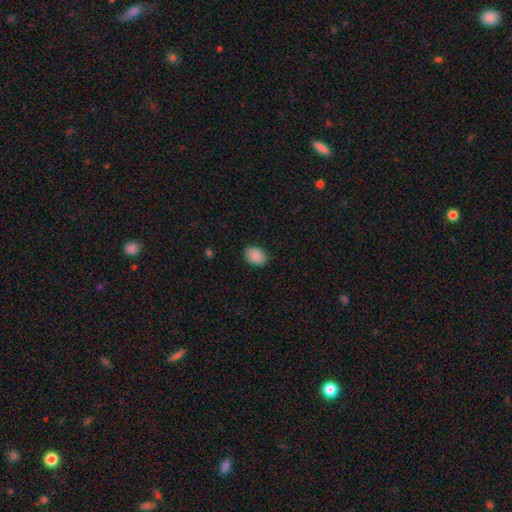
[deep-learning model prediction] Overall: smooth (88%). How rounded: in between (62%; round 37%). Merging: none (84%).